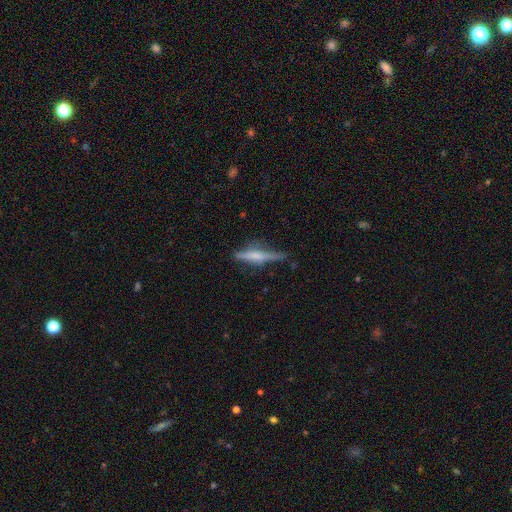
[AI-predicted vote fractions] Overall: featured or disk (58%; smooth 34%). Edge-on disk: yes (95%). Edge-on bulge: rounded (52%; boxy 24%). Merging: none (70%).